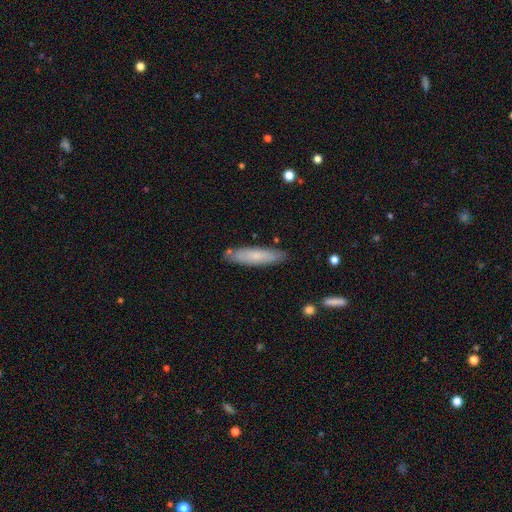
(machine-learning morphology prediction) smooth-or-featured: smooth: 71% | featured or disk: 23% | star or artifact: 6%
  how-rounded: cigar-shaped: 72% | in between: 27% | round: 1%
  merging: none: 81% | minor disturbance: 13% | merger: 3% | major disturbance: 2%